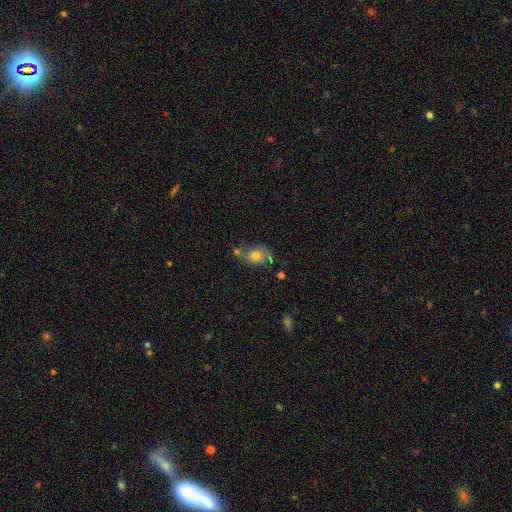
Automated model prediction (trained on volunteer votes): smooth-or-featured: smooth: 55% | featured or disk: 34% | star or artifact: 11%
  how-rounded: in between: 65% | round: 33% | cigar-shaped: 2%
  merging: none: 46% | minor disturbance: 24% | merger: 19% | major disturbance: 11%